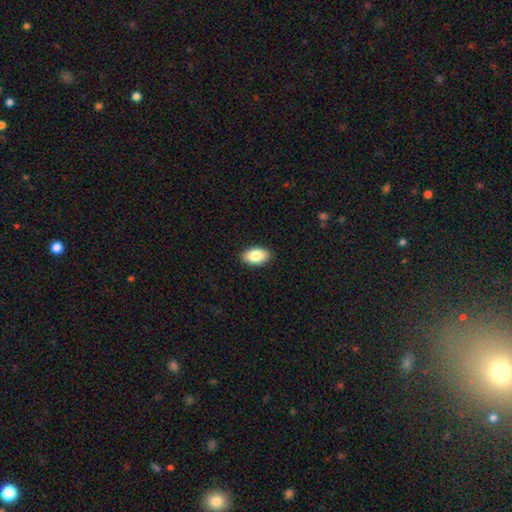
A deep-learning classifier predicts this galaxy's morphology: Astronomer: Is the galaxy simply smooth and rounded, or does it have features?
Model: smooth — 85%.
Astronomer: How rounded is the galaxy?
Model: in between — 94%.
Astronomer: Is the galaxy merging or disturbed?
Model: none — 90%.